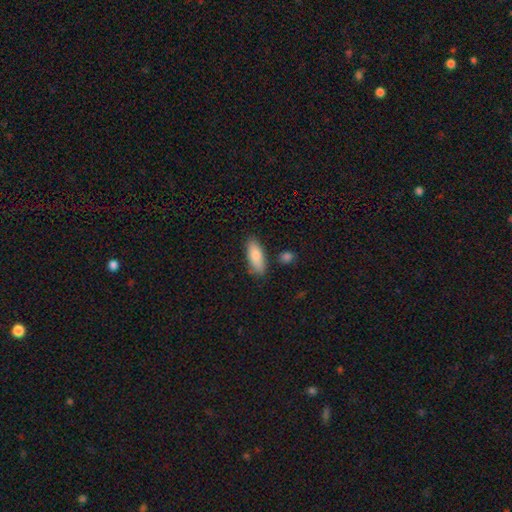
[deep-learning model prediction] smooth-or-featured: smooth: 84% | featured or disk: 10% | star or artifact: 6%
  how-rounded: in between: 73% | cigar-shaped: 25% | round: 2%
  merging: none: 80% | minor disturbance: 13% | merger: 4% | major disturbance: 3%